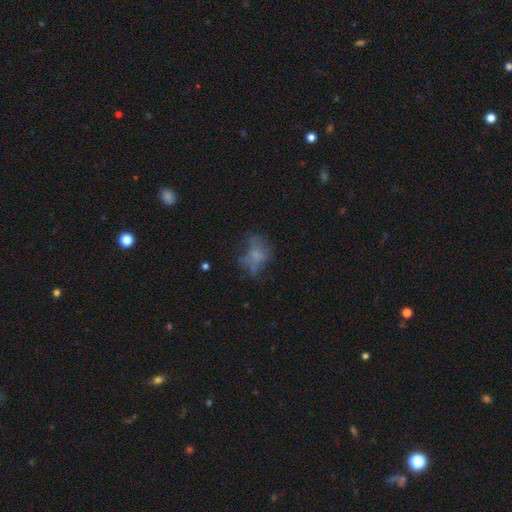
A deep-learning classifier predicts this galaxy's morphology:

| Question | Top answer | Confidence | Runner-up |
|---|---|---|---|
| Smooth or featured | smooth | 49% | featured or disk (33%) |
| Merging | none | 44% | major disturbance (30%) |